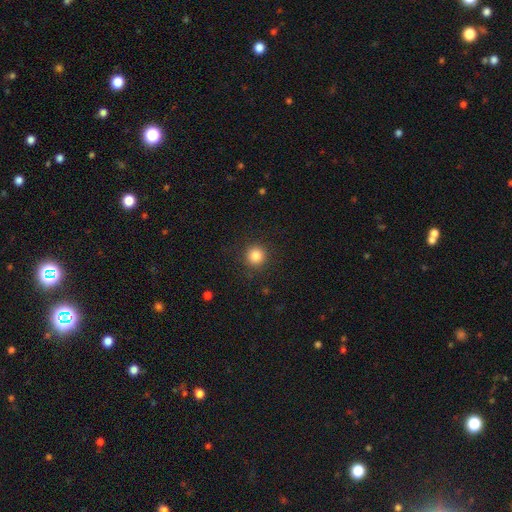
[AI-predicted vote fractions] A smooth galaxy with no disk features (84%) that is round (94%). Merging: none (90%).